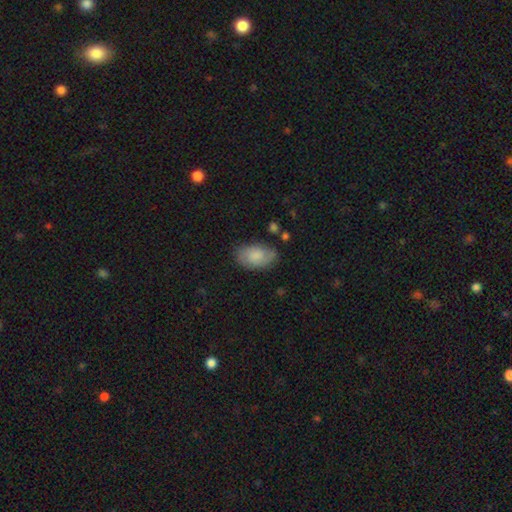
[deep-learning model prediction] Q: Smooth or featured?
A: smooth (70%); runner-up: featured or disk (23%)
Q: How rounded?
A: in between (91%); runner-up: round (7%)
Q: Merging?
A: none (72%); runner-up: minor disturbance (20%)